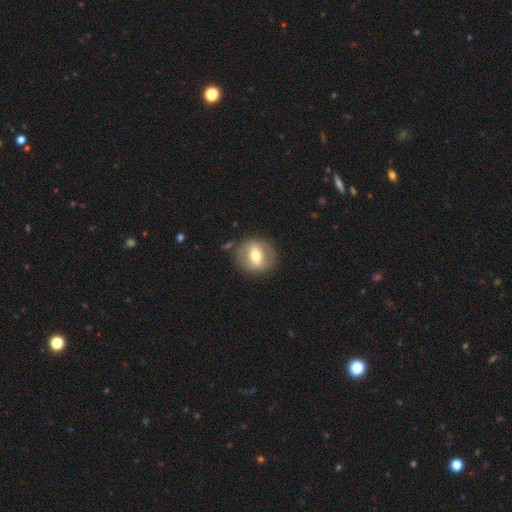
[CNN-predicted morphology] smooth-or-featured: smooth: 48% | featured or disk: 45% | star or artifact: 7%
  merging: none: 83% | minor disturbance: 10% | major disturbance: 4% | merger: 2%